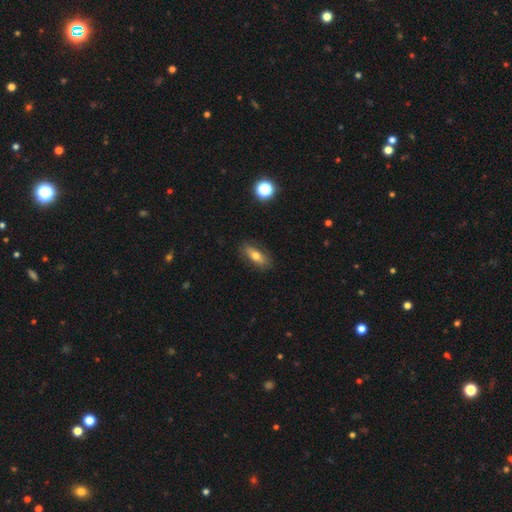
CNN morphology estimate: This is likely a smooth galaxy (64%). How rounded: likely in between (65%). Merging: clearly none (84%).